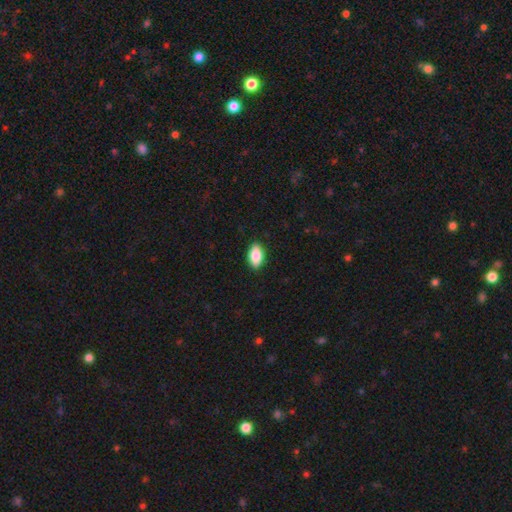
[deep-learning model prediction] Smooth or featured? Predicted: smooth (p=0.88). How rounded? Predicted: in between (p=0.93). Merging? Predicted: none (p=0.89).